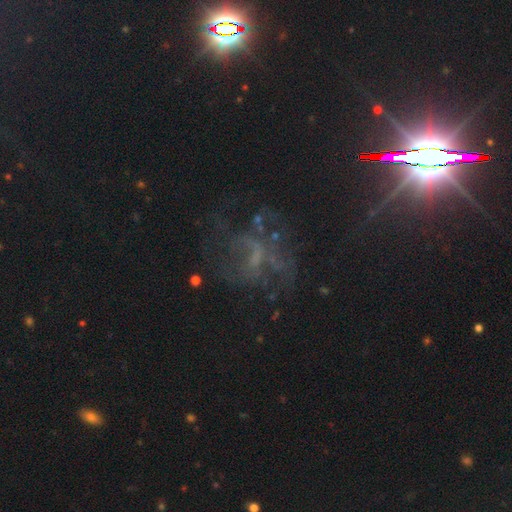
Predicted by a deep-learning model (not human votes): featured or disk 45%, star or artifact 40%, smooth 15%. Down the decision tree: merging — none (48%).